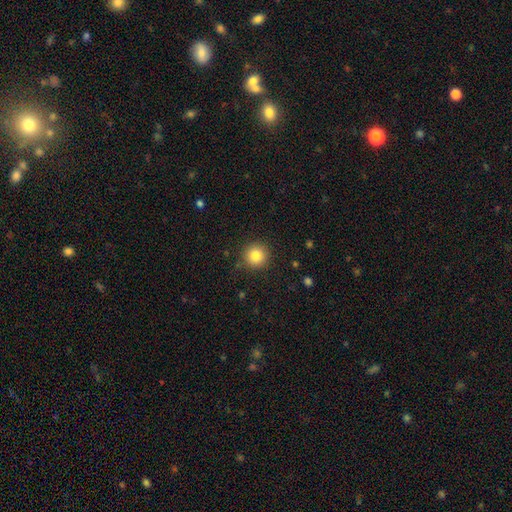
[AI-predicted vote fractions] The model was most divided on "smooth or featured": smooth: 83%, star or artifact: 11%, featured or disk: 6%. More confident: how rounded — round (94%); merging — none (89%).